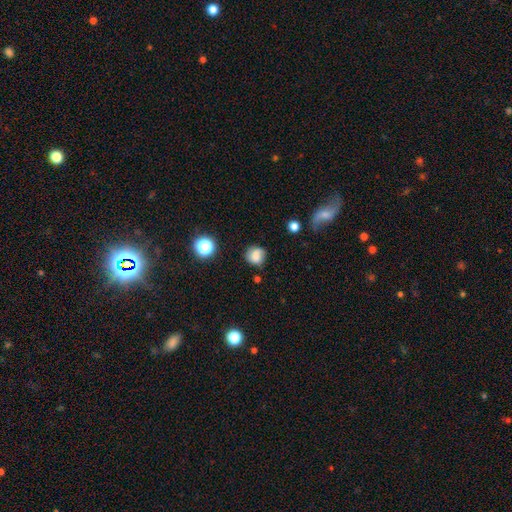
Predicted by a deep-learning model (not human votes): A smooth galaxy with no disk features (72%) that is round (81%). Merging: none (70%).